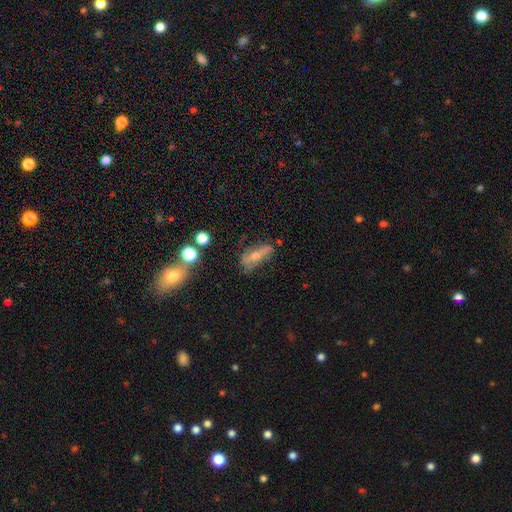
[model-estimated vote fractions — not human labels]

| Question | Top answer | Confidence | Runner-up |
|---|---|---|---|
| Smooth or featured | featured or disk | 49% | smooth (40%) |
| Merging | none | 55% | minor disturbance (26%) |